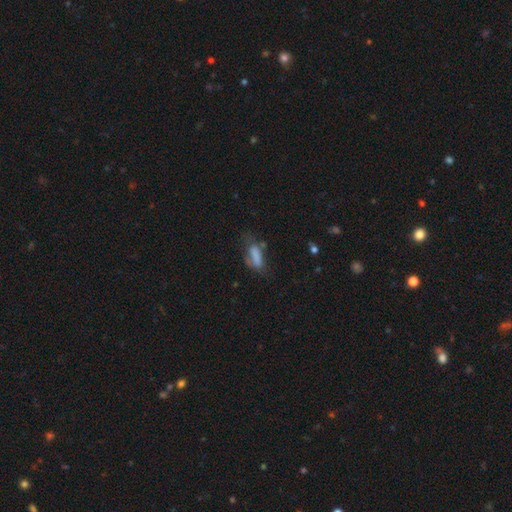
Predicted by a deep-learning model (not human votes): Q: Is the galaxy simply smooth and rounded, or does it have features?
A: smooth — 70%.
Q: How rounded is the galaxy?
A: in between — 71%.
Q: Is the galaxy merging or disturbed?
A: none — 35%.